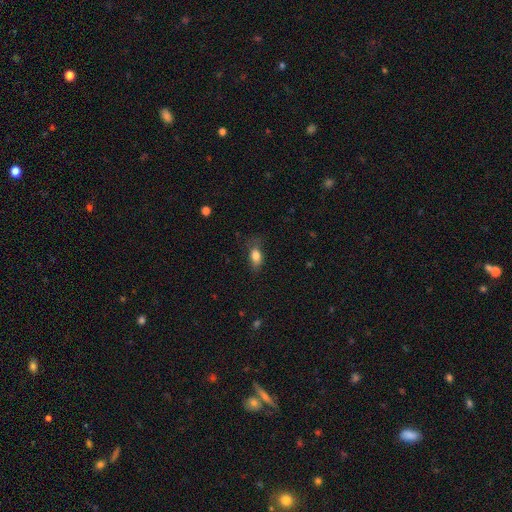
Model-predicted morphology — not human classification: Q: Smooth or featured?
A: smooth (81%); runner-up: featured or disk (10%)
Q: How rounded?
A: in between (81%); runner-up: round (12%)
Q: Merging?
A: none (61%); runner-up: minor disturbance (26%)